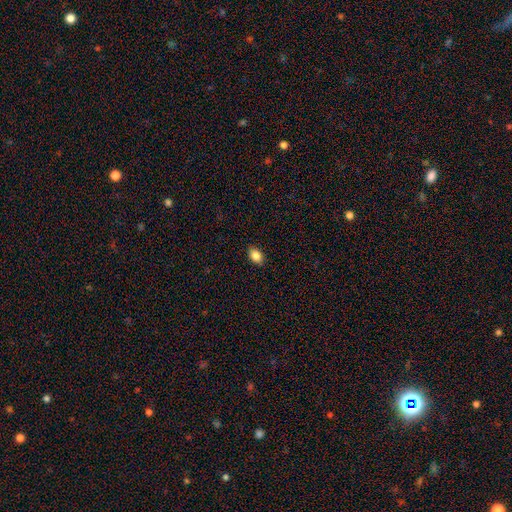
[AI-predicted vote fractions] This appears to be a smooth galaxy with no disk features (86%) that is in between round and cigar-shaped (83%). Merging: none (88%).